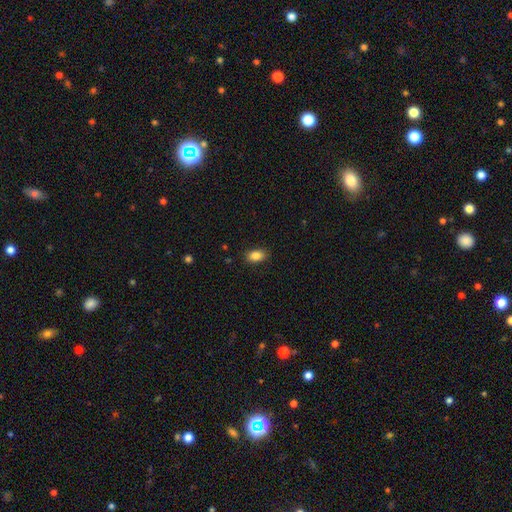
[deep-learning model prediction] A smooth galaxy with no disk features (86%) that is in between round and cigar-shaped (87%).

Vote fractions:
- Smooth or featured? smooth: 86% / star or artifact: 9% / featured or disk: 6%
- How rounded? in between: 87% / round: 11% / cigar-shaped: 2%
- Merging? none: 87% / minor disturbance: 10% / major disturbance: 2% / merger: 1%